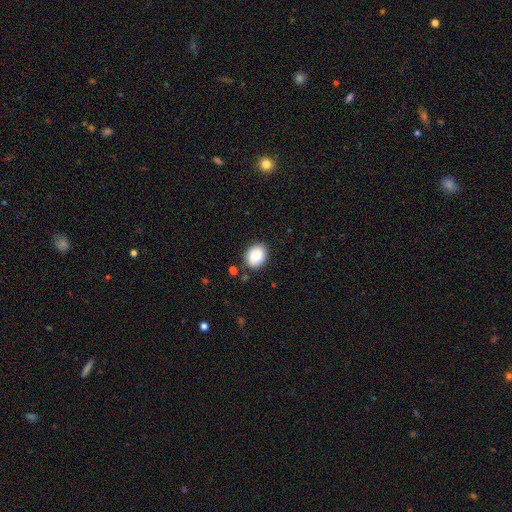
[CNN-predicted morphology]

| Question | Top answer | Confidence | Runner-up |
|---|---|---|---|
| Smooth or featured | smooth | 85% | star or artifact (8%) |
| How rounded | in between | 57% | round (42%) |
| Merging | none | 84% | minor disturbance (11%) |